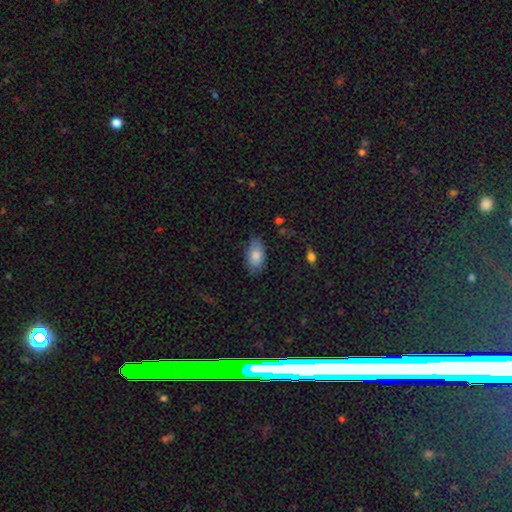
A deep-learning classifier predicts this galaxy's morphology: Overall: smooth (83%). How rounded: in between (93%). Merging: none (78%).